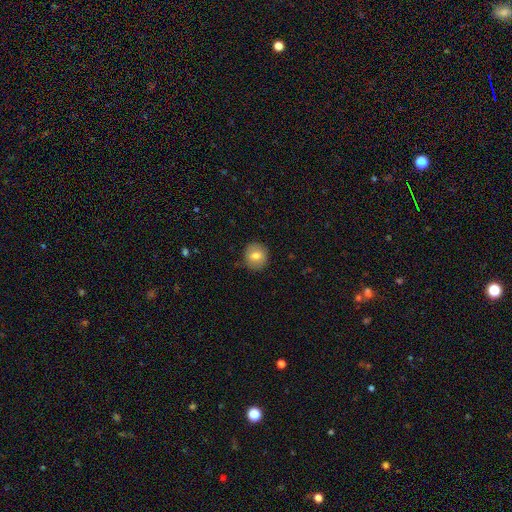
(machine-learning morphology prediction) This appears to be a smooth galaxy with no disk features (74%) that is round (87%). Merging: none (87%).